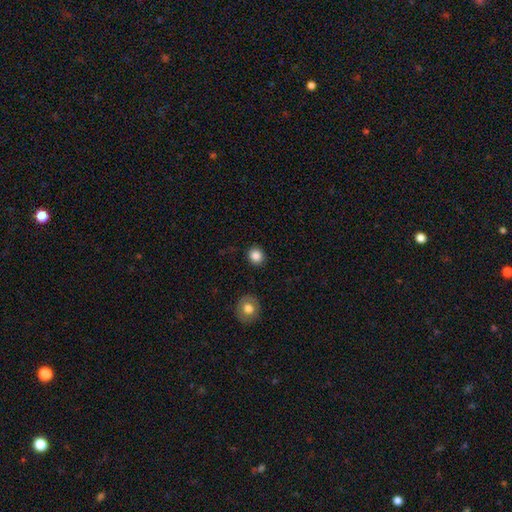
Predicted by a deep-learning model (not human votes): Overall: smooth (85%). How rounded: round (83%). Merging: none (90%).